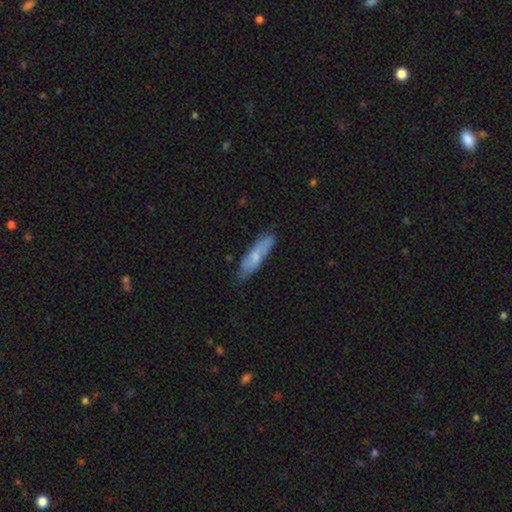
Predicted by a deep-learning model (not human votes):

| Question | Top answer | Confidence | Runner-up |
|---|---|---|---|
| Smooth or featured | smooth | 61% | featured or disk (33%) |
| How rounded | cigar-shaped | 68% | in between (30%) |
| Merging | none | 70% | minor disturbance (23%) |